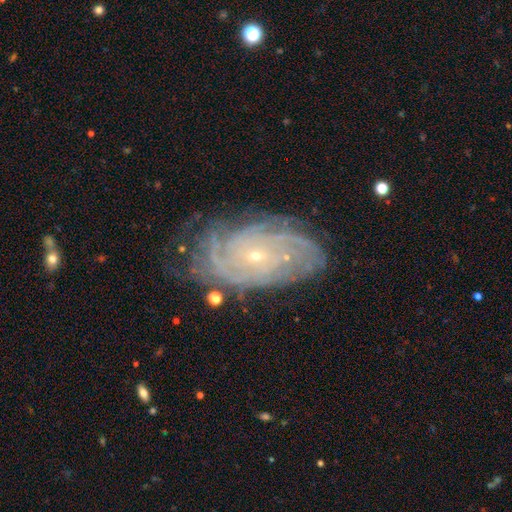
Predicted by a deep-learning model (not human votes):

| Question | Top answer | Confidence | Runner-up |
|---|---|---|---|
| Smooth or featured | featured or disk | 86% | star or artifact (7%) |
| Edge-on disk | no | 96% | yes (4%) |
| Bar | no | 77% | weak (18%) |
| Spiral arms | yes | 96% | no (4%) |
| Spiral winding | tight | 78% | medium (18%) |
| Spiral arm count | can't tell | 30% | 4 (23%) |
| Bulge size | small | 85% | moderate (12%) |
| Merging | none | 71% | minor disturbance (20%) |